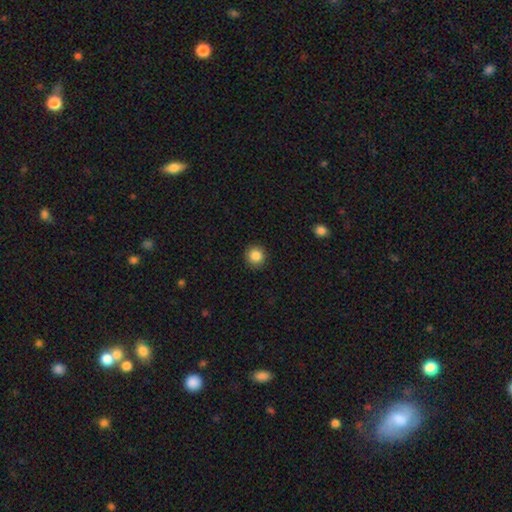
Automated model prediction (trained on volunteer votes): Smooth or featured: smooth — 86% (star or artifact — 10%)
How rounded: round — 94% (in between — 5%)
Merging: none — 91% (minor disturbance — 6%)